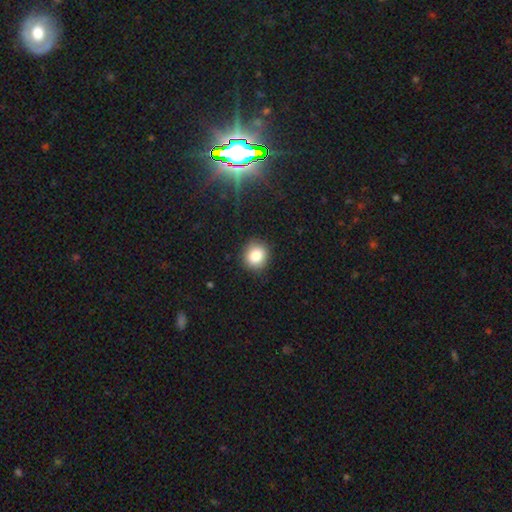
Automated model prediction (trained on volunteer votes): A smooth galaxy with no disk features (84%) that is round (80%).

Vote fractions:
- Smooth or featured? smooth: 84% / star or artifact: 10% / featured or disk: 6%
- How rounded? round: 80% / in between: 19% / cigar-shaped: 1%
- Merging? none: 88% / minor disturbance: 9% / major disturbance: 2% / merger: 1%